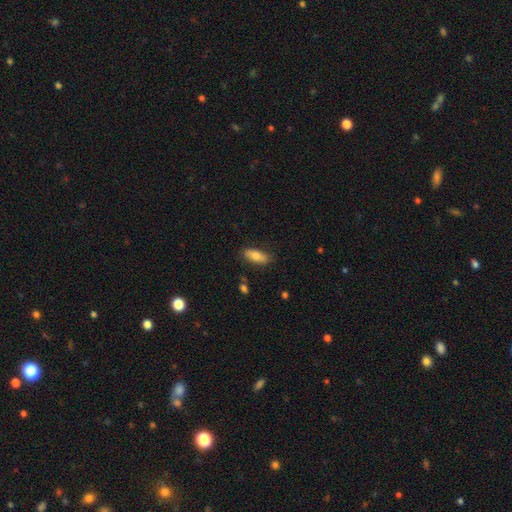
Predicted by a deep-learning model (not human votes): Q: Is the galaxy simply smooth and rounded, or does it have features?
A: smooth — 76%.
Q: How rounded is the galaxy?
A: in between — 73%.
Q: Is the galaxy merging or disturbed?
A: none — 82%.